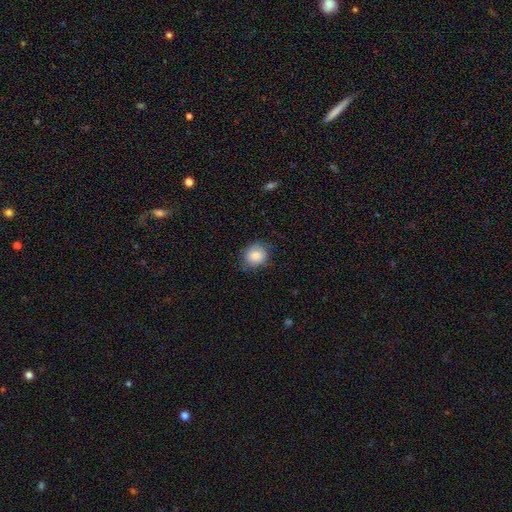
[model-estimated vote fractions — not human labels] A smooth galaxy with no disk features (83%) that is round (70%). Merging: none (73%).